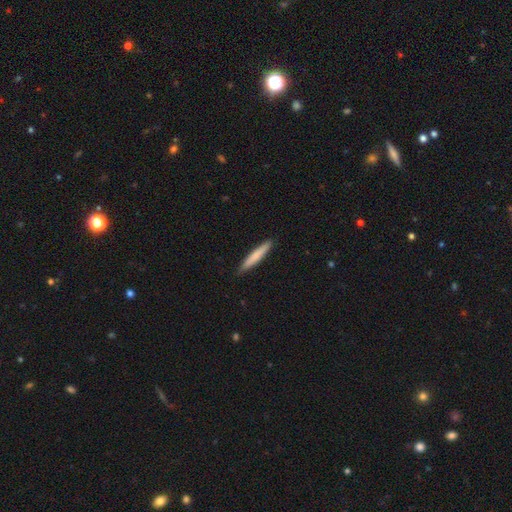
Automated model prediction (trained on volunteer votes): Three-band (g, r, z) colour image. It shows a smooth galaxy with no disk features (73%) that is cigar-shaped (94%). Merging: none (88%).